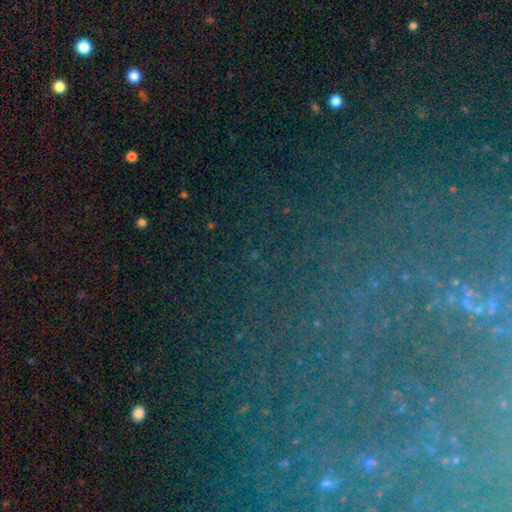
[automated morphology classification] star or artifact 62%, featured or disk 23%, smooth 15%.